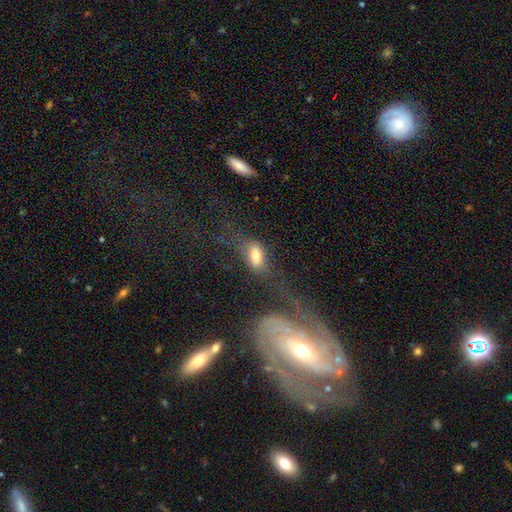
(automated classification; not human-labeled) The model was most divided on "merging": none: 33%, major disturbance: 28%, merger: 22%, minor disturbance: 17%. More confident: how rounded — in between (84%); smooth or featured — smooth (66%).